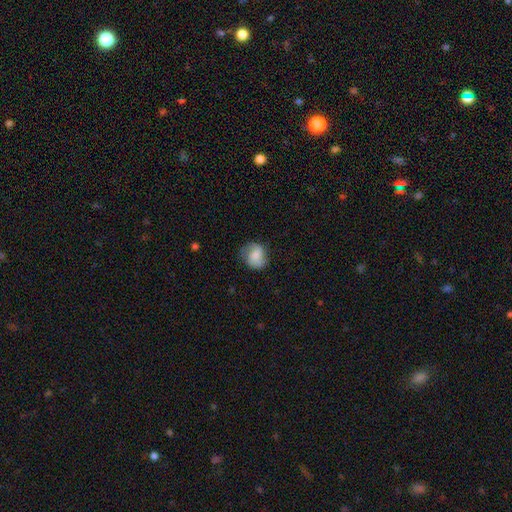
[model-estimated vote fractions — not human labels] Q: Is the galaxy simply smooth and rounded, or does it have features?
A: smooth — 53%.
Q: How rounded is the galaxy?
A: round — 63%.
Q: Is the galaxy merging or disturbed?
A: none — 65%.